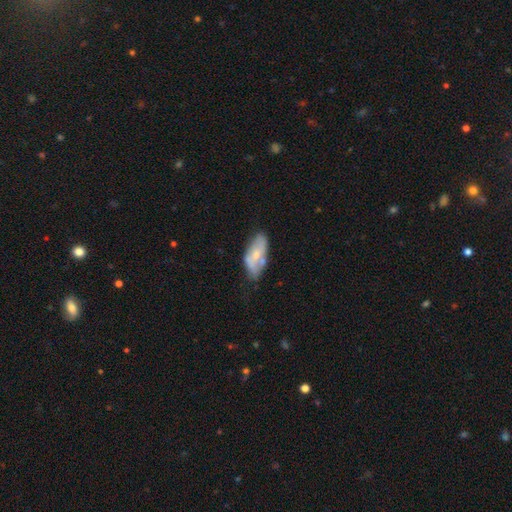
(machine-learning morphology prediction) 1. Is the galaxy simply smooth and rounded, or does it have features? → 49% smooth, 44% featured or disk, 6% star or artifact.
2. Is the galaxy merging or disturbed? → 51% none, 28% minor disturbance, 13% merger, 8% major disturbance.